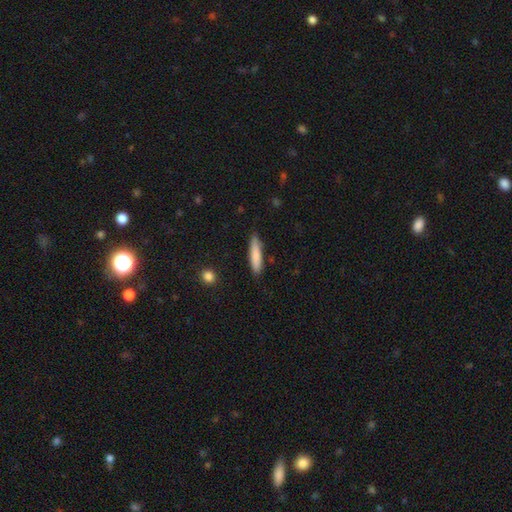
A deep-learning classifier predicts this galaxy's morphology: A smooth galaxy with no disk features (80%) that is cigar-shaped (83%). Merging: none (84%).